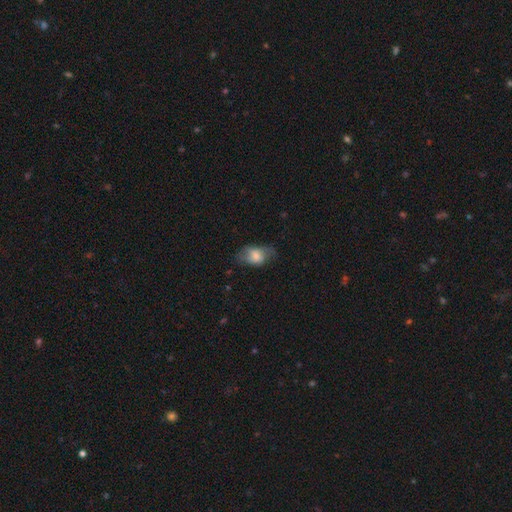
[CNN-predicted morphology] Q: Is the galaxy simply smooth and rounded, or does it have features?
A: smooth — 59%.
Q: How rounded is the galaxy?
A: in between — 82%.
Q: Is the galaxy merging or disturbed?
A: none — 54%.